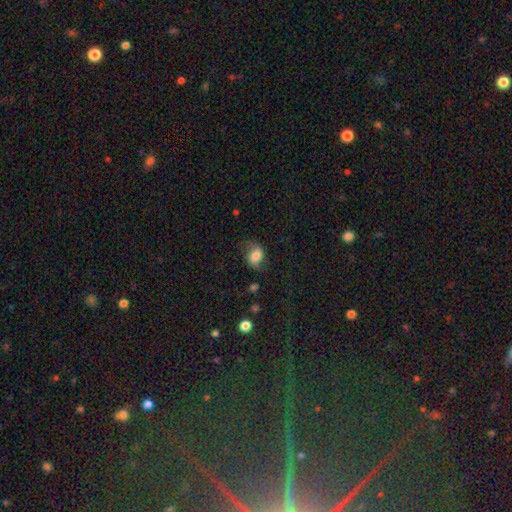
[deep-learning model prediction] The model was most divided on "smooth or featured": smooth: 59%, featured or disk: 31%, star or artifact: 10%. More confident: how rounded — in between (64%); merging — none (60%).